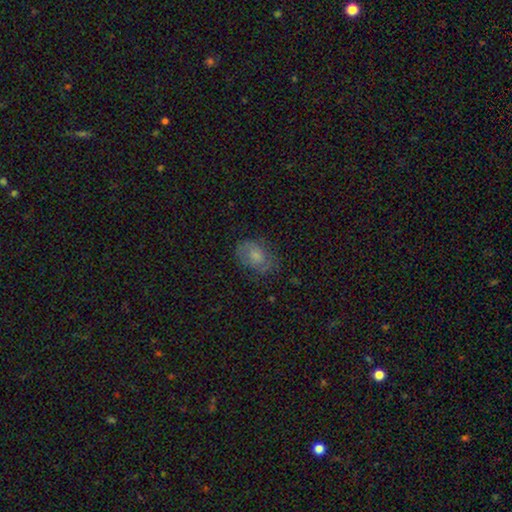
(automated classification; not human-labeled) A smooth galaxy with no disk features (63%) that is in between round and cigar-shaped (80%). Merging: none (67%).